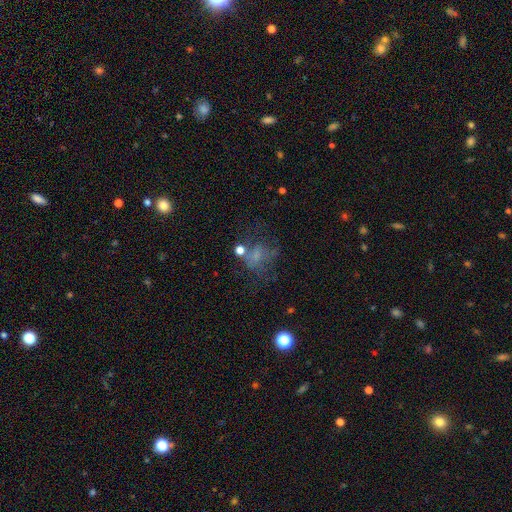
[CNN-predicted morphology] This appears to be a smooth galaxy with no disk features (40%). Merging: none (39%).